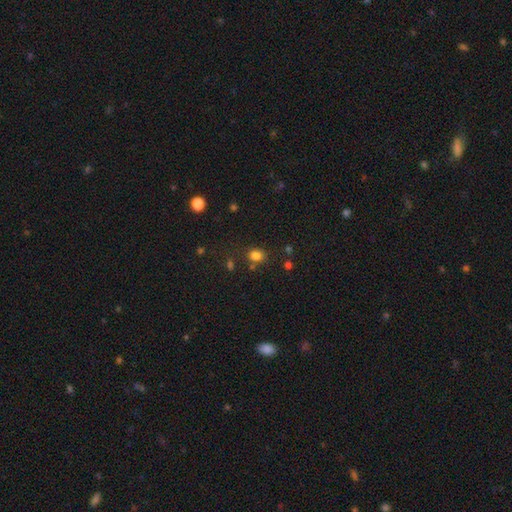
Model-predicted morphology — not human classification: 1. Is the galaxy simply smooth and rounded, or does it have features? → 78% smooth, 17% star or artifact, 5% featured or disk.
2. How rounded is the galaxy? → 54% in between, 45% round, 1% cigar-shaped.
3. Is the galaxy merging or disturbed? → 69% none, 15% minor disturbance, 11% merger, 6% major disturbance.